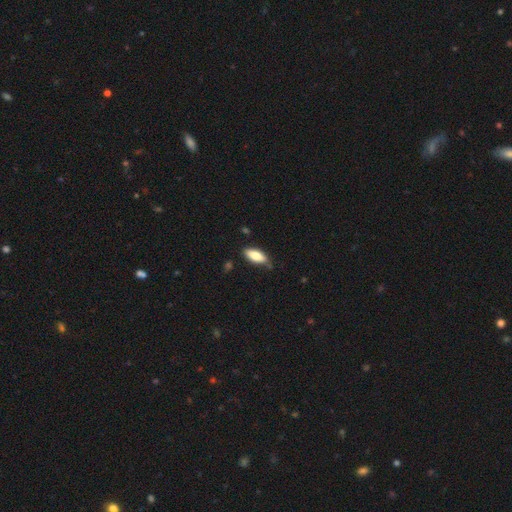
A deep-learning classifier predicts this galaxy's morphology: The model was most divided on "merging": none: 67%, minor disturbance: 26%, major disturbance: 5%, merger: 2%. More confident: how rounded — in between (80%); smooth or featured — smooth (79%).